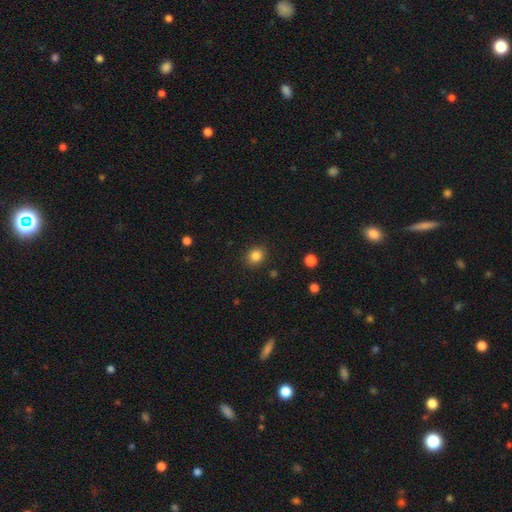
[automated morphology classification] smooth 85%, star or artifact 11%, featured or disk 4%. Down the decision tree: how rounded — round (75%); merging — none (89%).